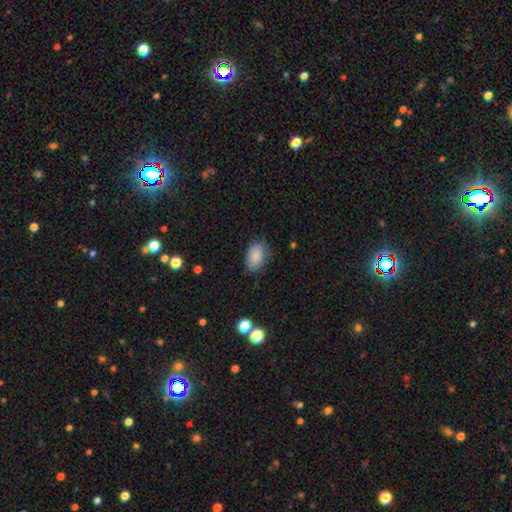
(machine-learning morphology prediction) Overall: smooth (86%). How rounded: in between (89%). Merging: none (74%).